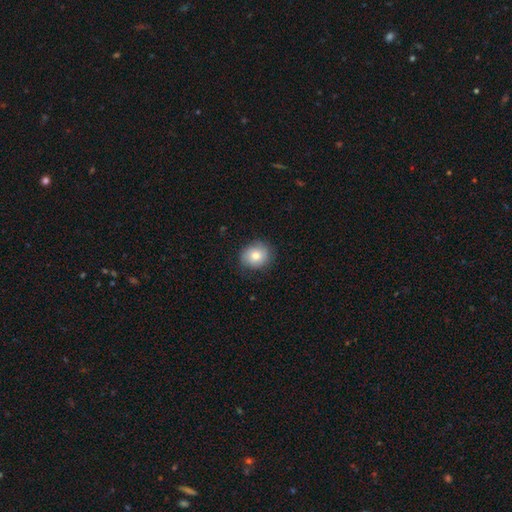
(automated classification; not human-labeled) Morphology: type=smooth (77%); roundness=round (71%); merging=none (80%).